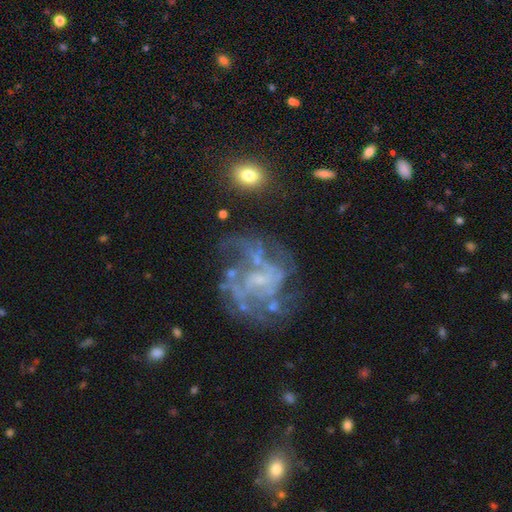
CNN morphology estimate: Smooth or featured: featured or disk — 79% (smooth — 11%)
Edge-on disk: no — 98% (yes — 2%)
Bar: no — 64% (weak — 29%)
Spiral arms: yes — 70% (no — 30%)
Spiral winding: medium — 42% (tight — 33%)
Spiral arm count: can't tell — 40% (2 — 19%)
Bulge size: small — 50% (none — 29%)
Merging: none — 48% (major disturbance — 28%)